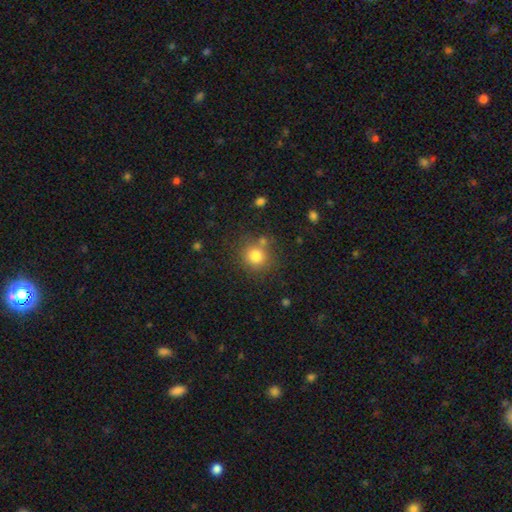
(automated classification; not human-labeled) This appears to be a smooth galaxy with no disk features (80%) that is round (90%). Merging: none (75%).